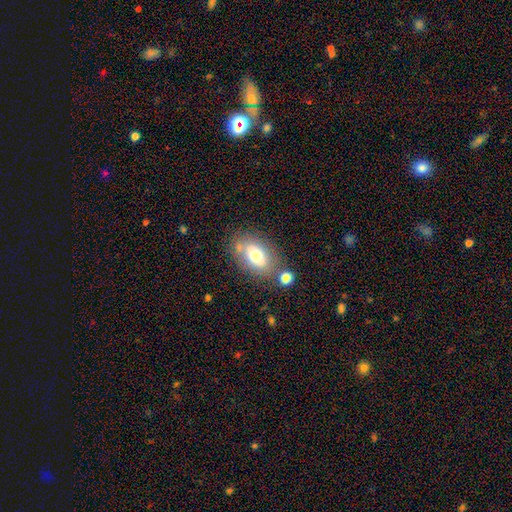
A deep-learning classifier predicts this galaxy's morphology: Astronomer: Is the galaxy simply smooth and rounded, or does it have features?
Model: smooth — 68%.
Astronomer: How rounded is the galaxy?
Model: in between — 86%.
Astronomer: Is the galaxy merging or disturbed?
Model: none — 63%.